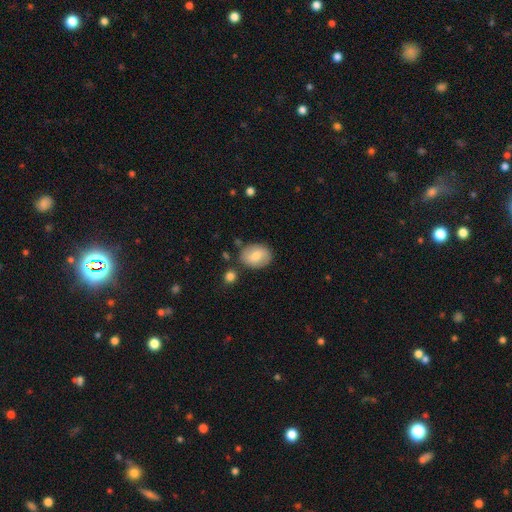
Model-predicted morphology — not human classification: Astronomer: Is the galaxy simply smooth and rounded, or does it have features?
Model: smooth — 71%.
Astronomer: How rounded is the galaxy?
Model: in between — 62%.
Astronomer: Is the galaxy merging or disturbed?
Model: none — 78%.